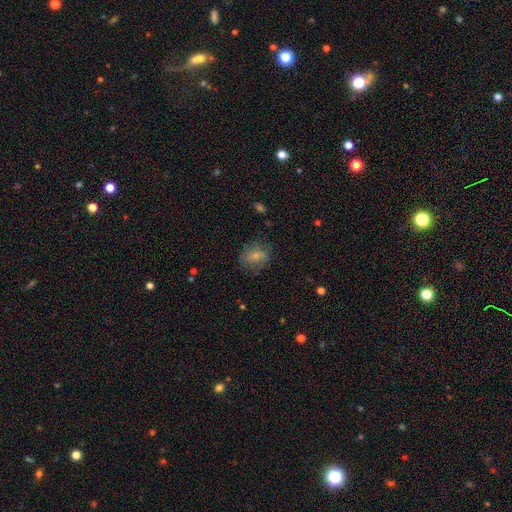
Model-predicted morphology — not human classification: Smooth or featured: smooth — 69% (featured or disk — 21%)
How rounded: in between — 49% (tied with round — 49%)
Merging: none — 67% (minor disturbance — 21%)